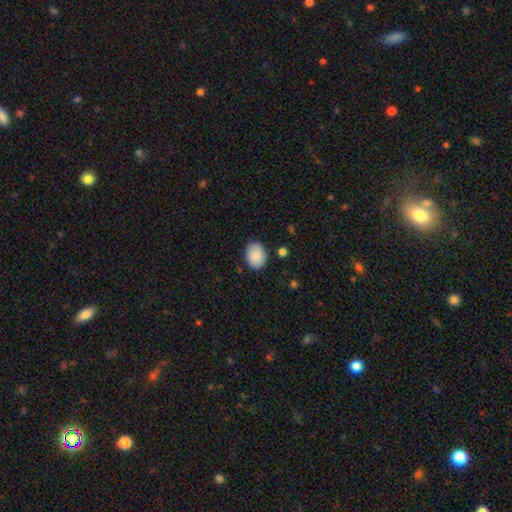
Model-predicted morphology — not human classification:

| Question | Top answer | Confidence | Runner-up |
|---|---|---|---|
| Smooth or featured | smooth | 88% | star or artifact (6%) |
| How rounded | in between | 69% | round (30%) |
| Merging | none | 83% | minor disturbance (12%) |